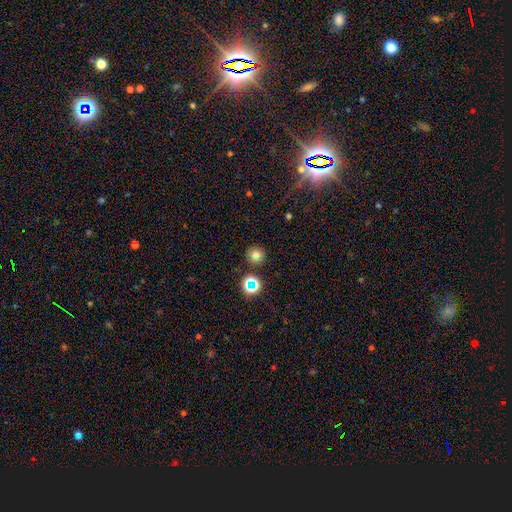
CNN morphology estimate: This is likely a smooth galaxy (72%). How rounded: clearly round (93%). Merging: clearly none (87%).